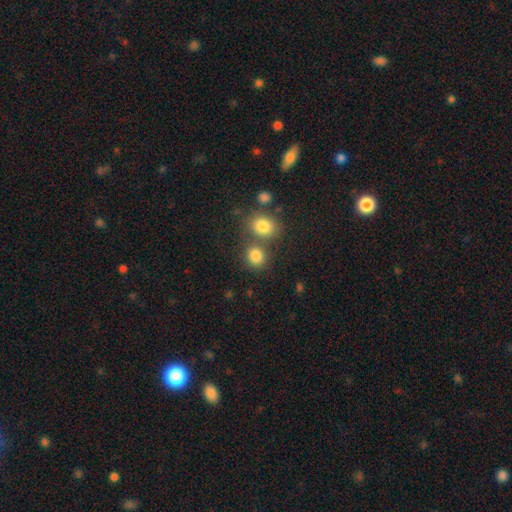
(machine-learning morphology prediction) A smooth galaxy with no disk features (83%) that is round (72%). Merging: none (57%).